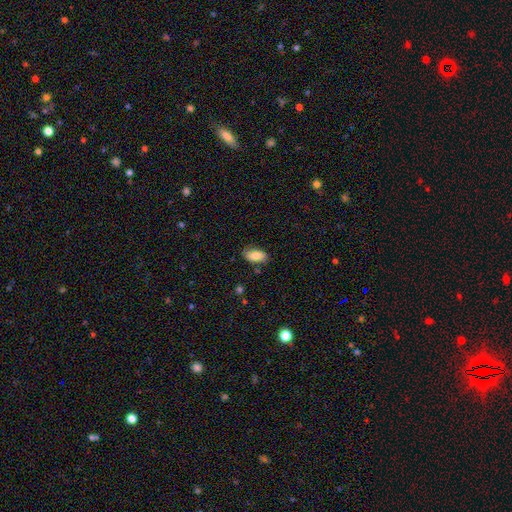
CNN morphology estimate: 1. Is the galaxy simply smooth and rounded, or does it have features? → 80% smooth, 13% featured or disk, 7% star or artifact.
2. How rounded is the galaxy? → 93% in between, 4% round, 4% cigar-shaped.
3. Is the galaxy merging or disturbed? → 78% none, 17% minor disturbance, 4% major disturbance, 2% merger.